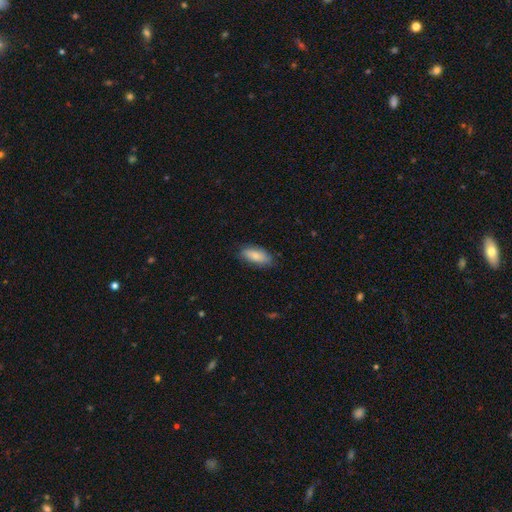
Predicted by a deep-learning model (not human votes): A smooth galaxy with no disk features (79%) that is in between round and cigar-shaped (83%). Merging: none (75%).